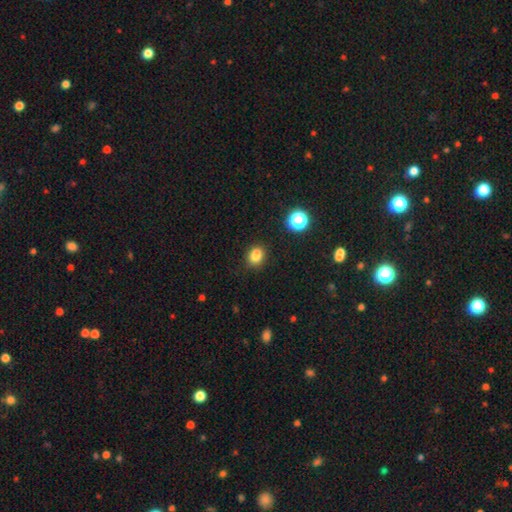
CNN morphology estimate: type=smooth (83%); roundness=round (51%); merging=none (86%).